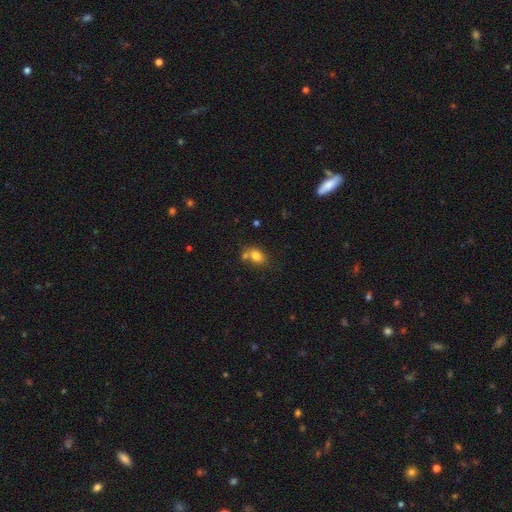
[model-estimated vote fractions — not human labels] Smooth or featured: smooth — 80% (star or artifact — 10%)
How rounded: in between — 69% (round — 30%)
Merging: none — 53% (merger — 28%)